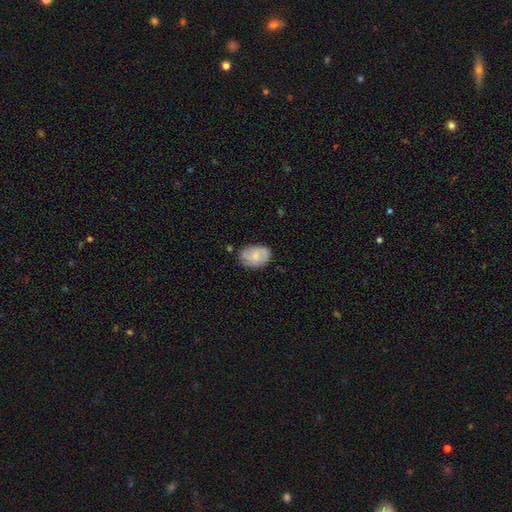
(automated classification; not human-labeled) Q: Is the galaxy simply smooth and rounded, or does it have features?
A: smooth — 63%.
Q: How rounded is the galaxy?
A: in between — 80%.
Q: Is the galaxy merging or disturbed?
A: none — 74%.